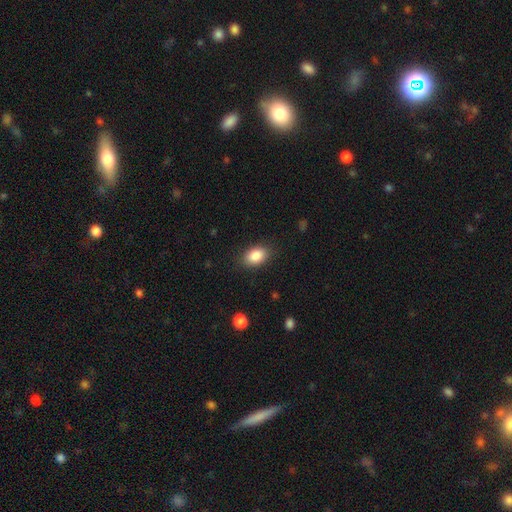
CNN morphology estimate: type=smooth (87%); roundness=in between (84%); merging=none (86%).